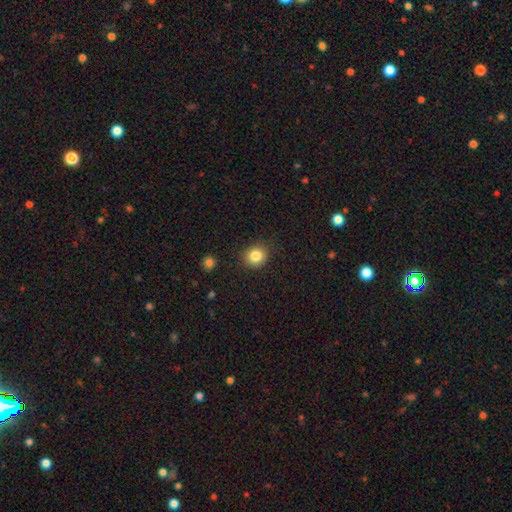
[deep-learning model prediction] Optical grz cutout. It shows a smooth galaxy with no disk features (83%) that is round (86%). Merging: none (87%).